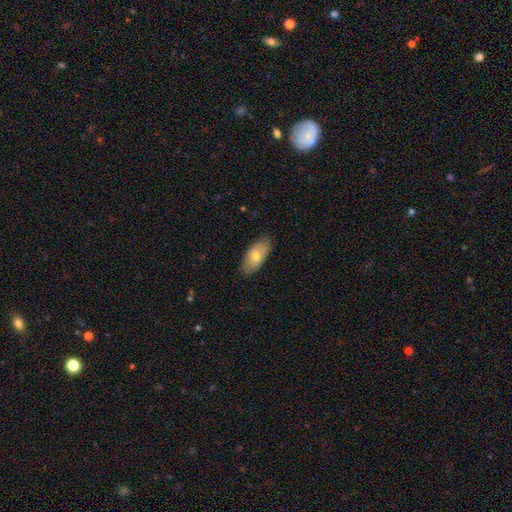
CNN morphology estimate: smooth-or-featured: smooth: 70% | featured or disk: 24% | star or artifact: 6%
  how-rounded: in between: 91% | cigar-shaped: 6% | round: 3%
  merging: none: 83% | minor disturbance: 14% | major disturbance: 2% | merger: 1%